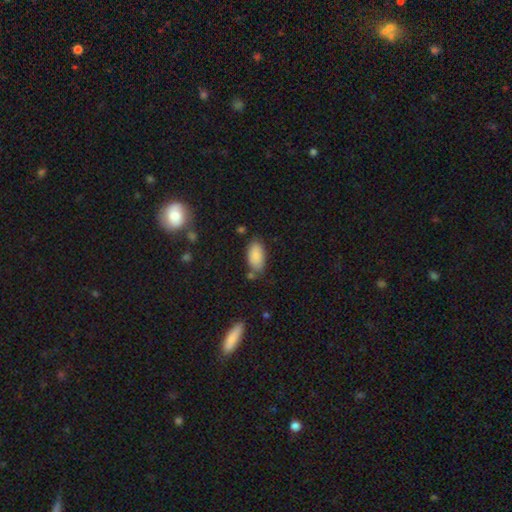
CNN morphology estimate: smooth 86%, star or artifact 7%, featured or disk 7%. Down the decision tree: how rounded — in between (94%); merging — none (72%).